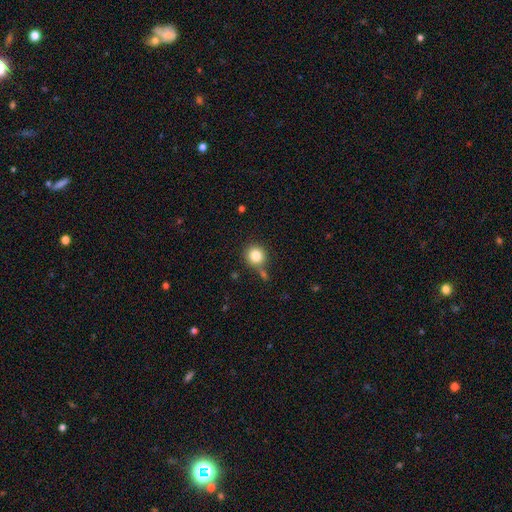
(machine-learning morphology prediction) This appears to be a smooth galaxy with no disk features (82%) that is round (92%). Merging: none (71%).